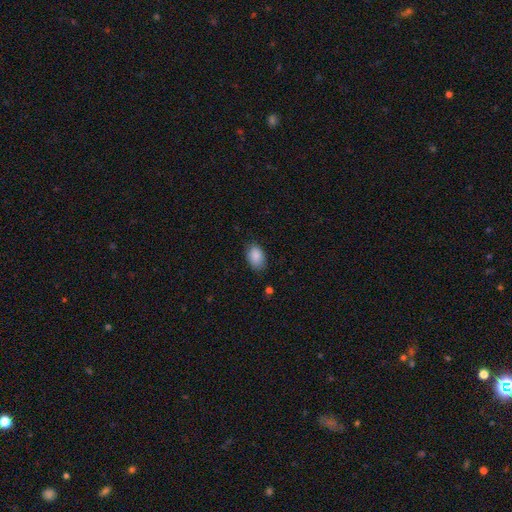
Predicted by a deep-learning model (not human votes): Overall: smooth (88%). How rounded: in between (88%). Merging: none (81%).